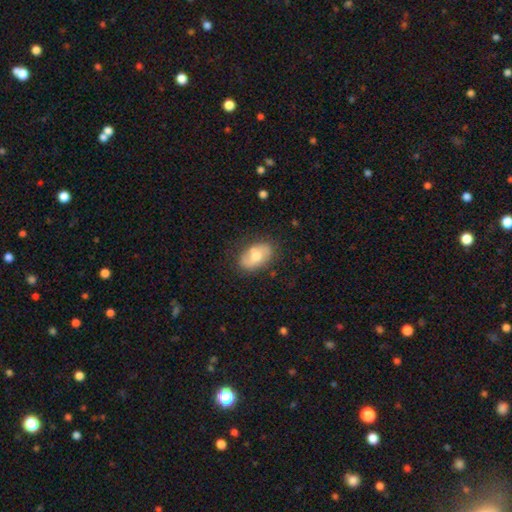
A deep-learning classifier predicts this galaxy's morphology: Smooth or featured? smooth (57%)
How rounded? in between (88%)
Merging? none (70%)